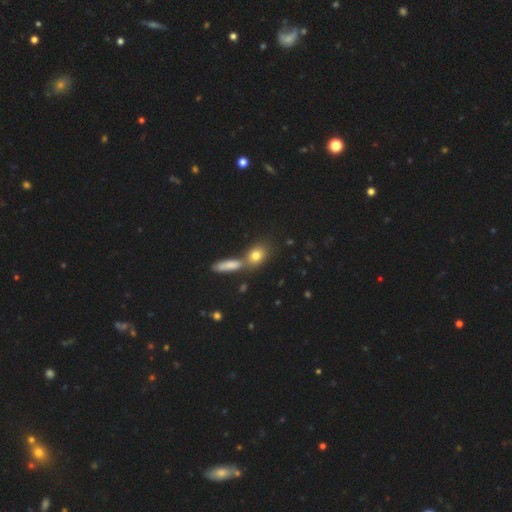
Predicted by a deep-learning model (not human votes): Smooth or featured? Predicted: smooth (p=0.77). How rounded? Predicted: in between (p=0.54). Merging? Predicted: none (p=0.55).